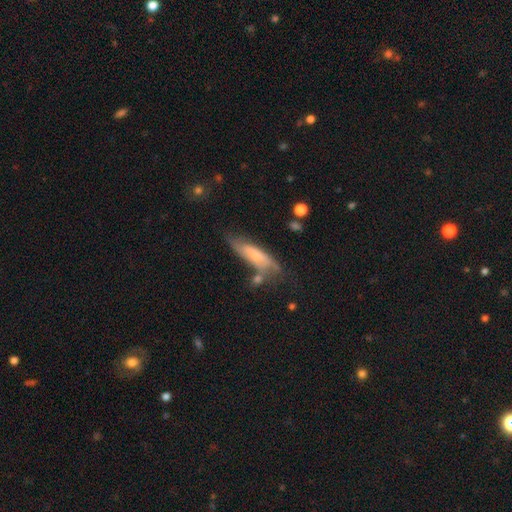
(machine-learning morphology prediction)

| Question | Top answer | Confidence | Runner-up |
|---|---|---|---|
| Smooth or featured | smooth | 52% | featured or disk (41%) |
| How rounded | cigar-shaped | 58% | in between (40%) |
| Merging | none | 52% | minor disturbance (26%) |